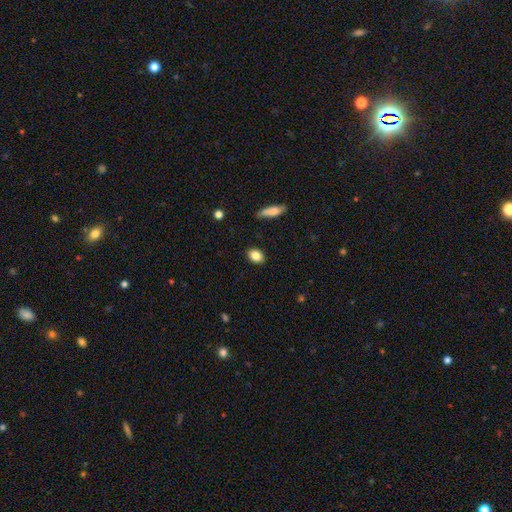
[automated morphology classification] This is clearly a smooth galaxy (85%). How rounded: likely in between (69%). Merging: clearly none (88%).